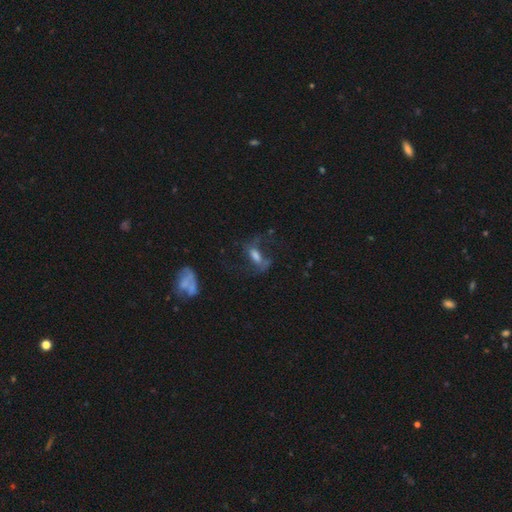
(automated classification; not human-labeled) featured or disk 55%, smooth 30%, star or artifact 15%. Down the decision tree: edge-on disk — no (84%); merging — none (43%).